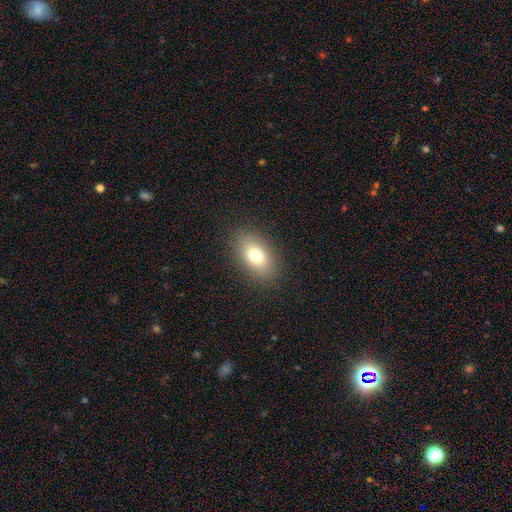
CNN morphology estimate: This is likely a smooth galaxy (77%). How rounded: clearly in between (88%). Merging: clearly none (87%).